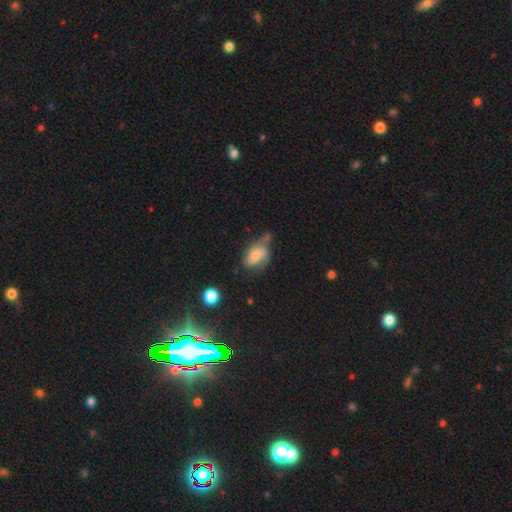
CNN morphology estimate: Smooth or featured? Predicted: smooth (p=0.58). How rounded? Predicted: in between (p=0.86). Merging? Predicted: none (p=0.34).